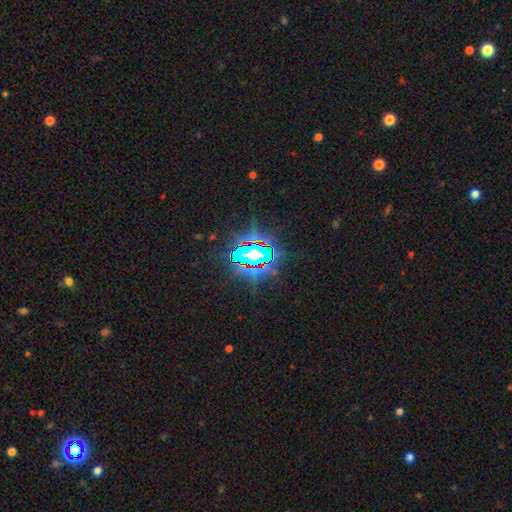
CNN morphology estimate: This appears to be a star or artifact, not a galaxy (82%).